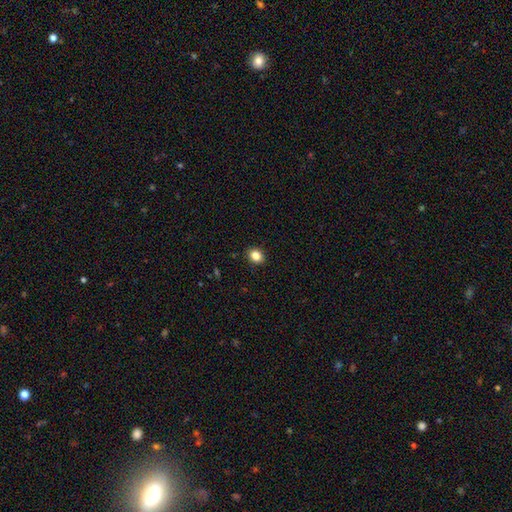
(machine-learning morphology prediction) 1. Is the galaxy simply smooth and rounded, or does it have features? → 84% smooth, 11% star or artifact, 5% featured or disk.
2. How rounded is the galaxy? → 63% round, 36% in between, 1% cigar-shaped.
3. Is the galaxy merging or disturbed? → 91% none, 6% minor disturbance, 2% major disturbance, 1% merger.